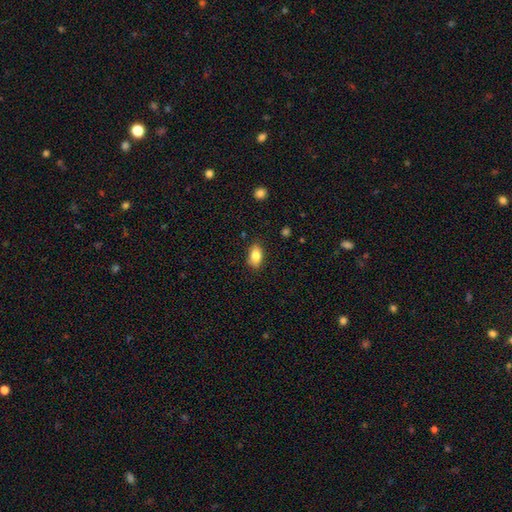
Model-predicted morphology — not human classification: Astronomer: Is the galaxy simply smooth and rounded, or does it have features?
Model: smooth — 84%.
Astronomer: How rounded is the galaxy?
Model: in between — 89%.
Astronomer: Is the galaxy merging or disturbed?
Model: none — 84%.